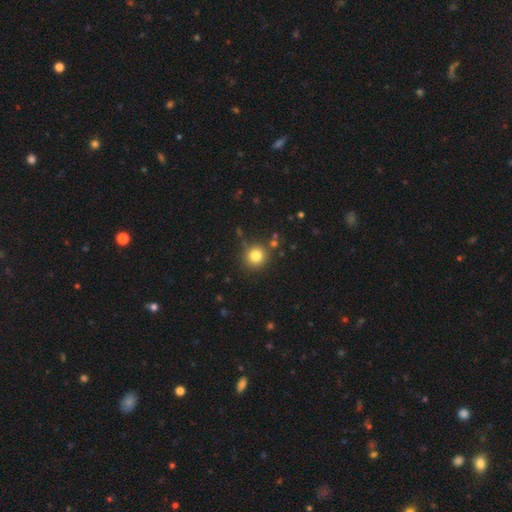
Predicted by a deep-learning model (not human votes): Smooth or featured? smooth (81%)
How rounded? round (93%)
Merging? none (86%)